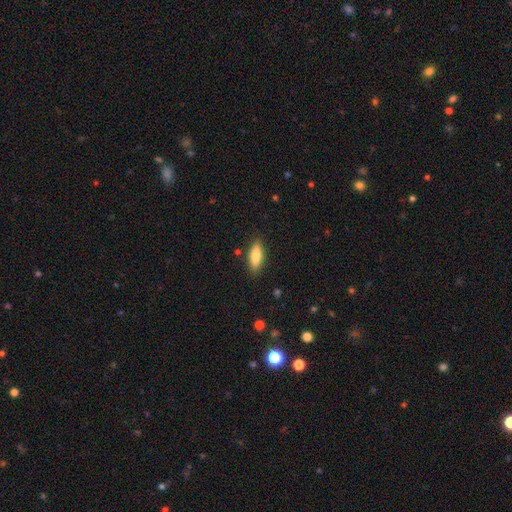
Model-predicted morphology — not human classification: Q: Smooth or featured?
A: smooth (76%); runner-up: featured or disk (18%)
Q: How rounded?
A: in between (66%); runner-up: cigar-shaped (32%)
Q: Merging?
A: none (86%); runner-up: minor disturbance (10%)